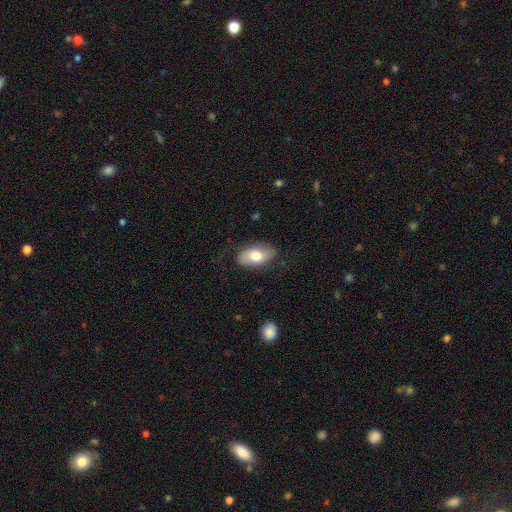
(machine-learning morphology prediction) This appears to be a smooth galaxy with no disk features (70%) that is in between round and cigar-shaped (92%). Merging: none (77%).